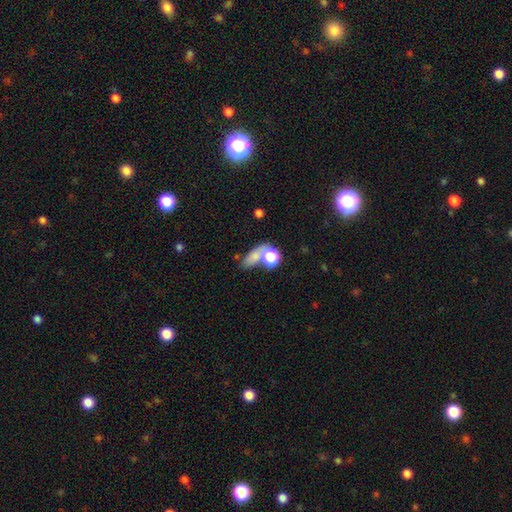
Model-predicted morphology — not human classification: Smooth or featured?
  - smooth: 69% *
  - star or artifact: 16%
  - featured or disk: 15%
How rounded?
  - in between: 61% *
  - round: 28%
  - cigar-shaped: 11%
Merging?
  - none: 37% * (tied)
  - merger: 37% * (tied)
  - minor disturbance: 14%
  - major disturbance: 12%